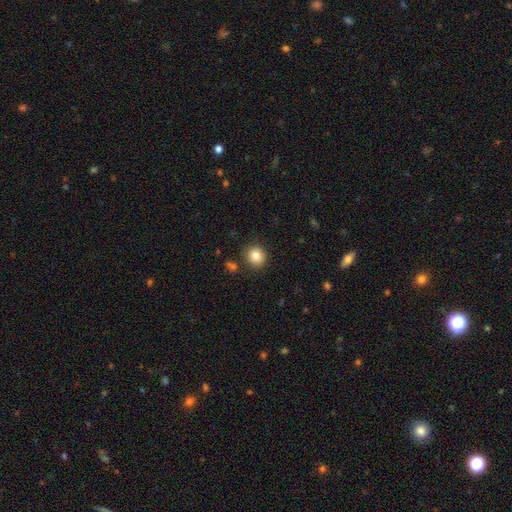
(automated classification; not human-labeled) Morphology: type=smooth (86%); roundness=round (85%); merging=none (87%).